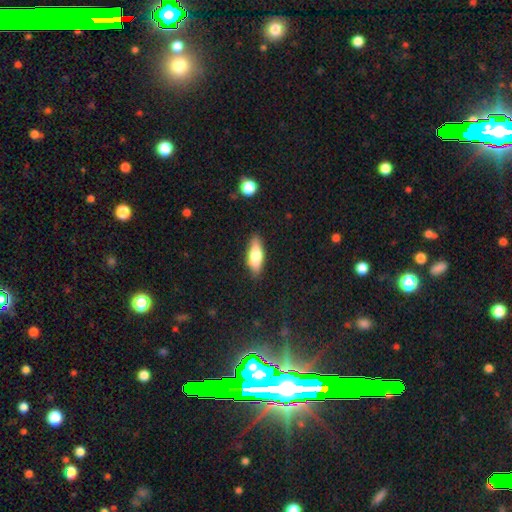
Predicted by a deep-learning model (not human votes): Smooth or featured? smooth (69%)
How rounded? in between (61%)
Merging? none (85%)